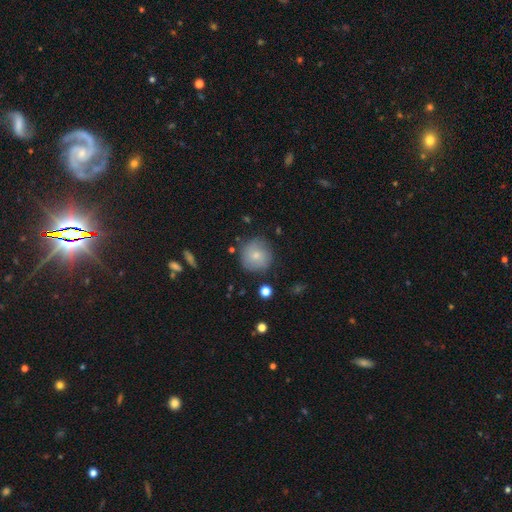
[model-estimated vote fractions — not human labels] This appears to be a smooth galaxy with no disk features (76%) that is round (94%). Merging: none (79%).